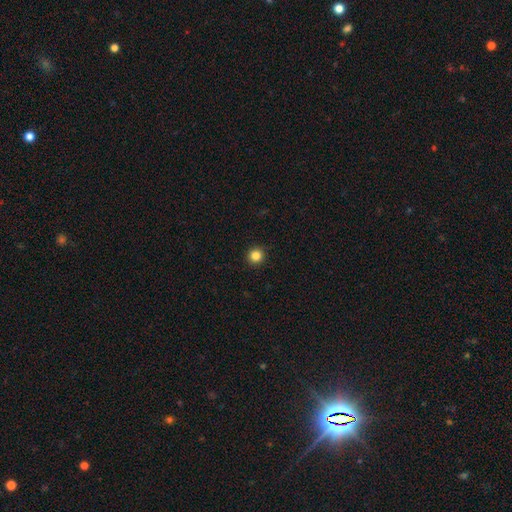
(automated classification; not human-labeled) smooth-or-featured: smooth: 85% | star or artifact: 12% | featured or disk: 4%
  how-rounded: round: 94% | in between: 5% | cigar-shaped: 1%
  merging: none: 93% | minor disturbance: 5% | major disturbance: 2% | merger: 1%